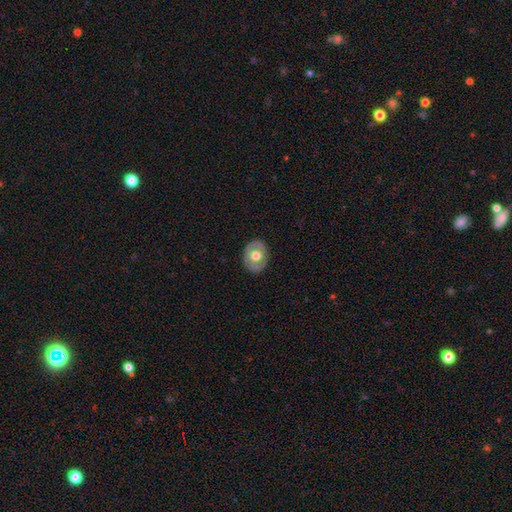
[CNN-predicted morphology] This is possibly a smooth galaxy (50%). Merging: clearly none (83%).